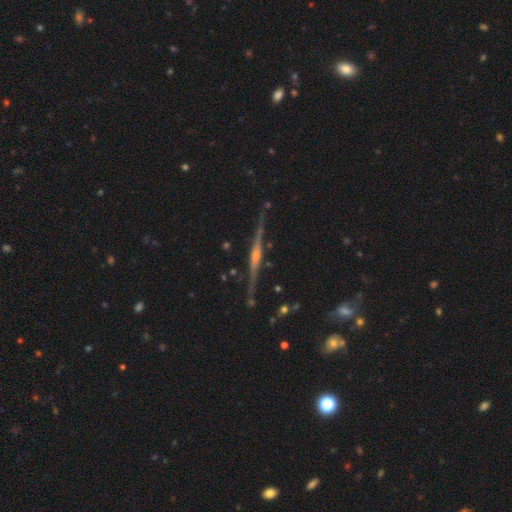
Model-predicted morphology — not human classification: Smooth or featured? Predicted: featured or disk (p=0.84). Edge-on disk? Predicted: yes (p=0.98). Edge-on bulge? Predicted: rounded (p=0.79). Merging? Predicted: none (p=0.85).